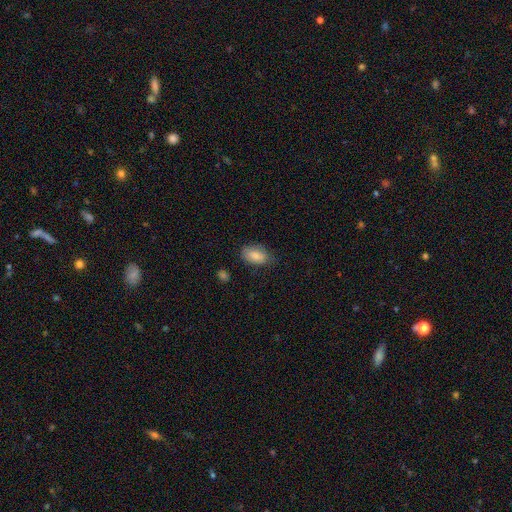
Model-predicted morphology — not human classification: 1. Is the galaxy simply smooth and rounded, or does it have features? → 83% smooth, 10% featured or disk, 7% star or artifact.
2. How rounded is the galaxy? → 91% in between, 7% round, 2% cigar-shaped.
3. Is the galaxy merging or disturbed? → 74% none, 20% minor disturbance, 4% major disturbance, 1% merger.